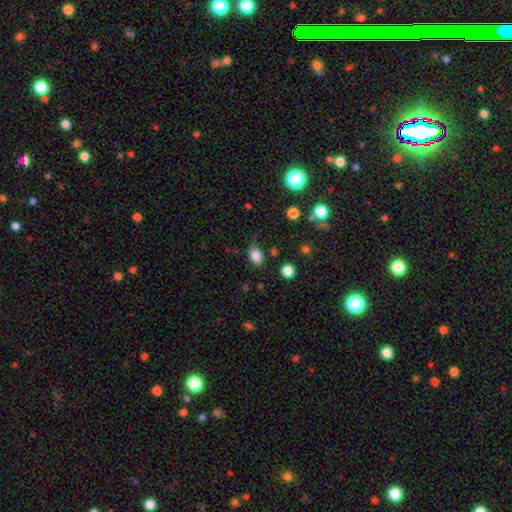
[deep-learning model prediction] The model was most divided on "how rounded": in between: 79%, round: 19%, cigar-shaped: 1%. More confident: smooth or featured — smooth (84%); merging — none (78%).